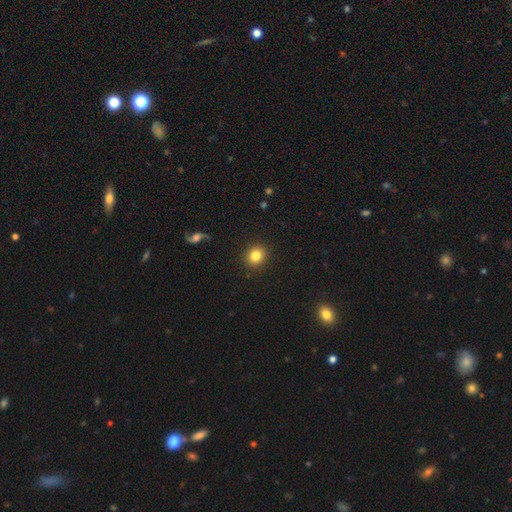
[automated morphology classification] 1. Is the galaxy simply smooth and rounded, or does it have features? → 84% smooth, 10% star or artifact, 6% featured or disk.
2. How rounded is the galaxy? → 83% round, 16% in between, 1% cigar-shaped.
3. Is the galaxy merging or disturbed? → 91% none, 5% minor disturbance, 2% major disturbance, 1% merger.